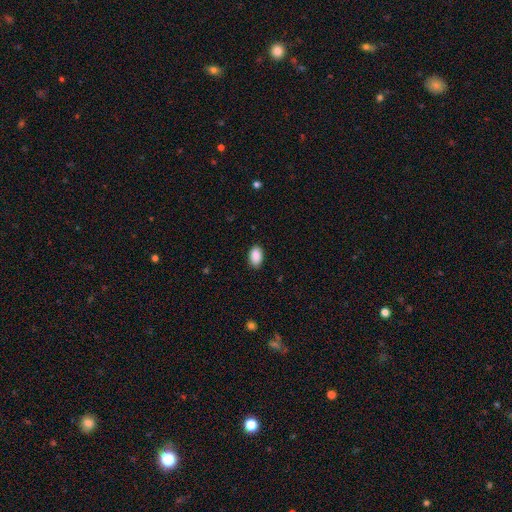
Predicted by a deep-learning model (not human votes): This appears to be a smooth galaxy with no disk features (90%) that is in between round and cigar-shaped (91%). Merging: none (87%).